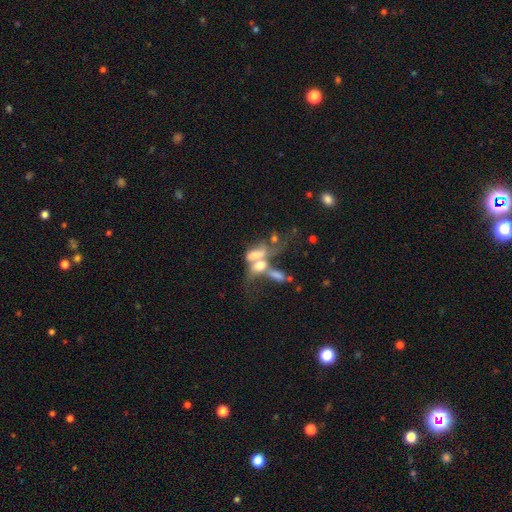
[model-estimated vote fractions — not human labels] featured or disk 44%, smooth 42%, star or artifact 13%. Down the decision tree: merging — merger (68%).